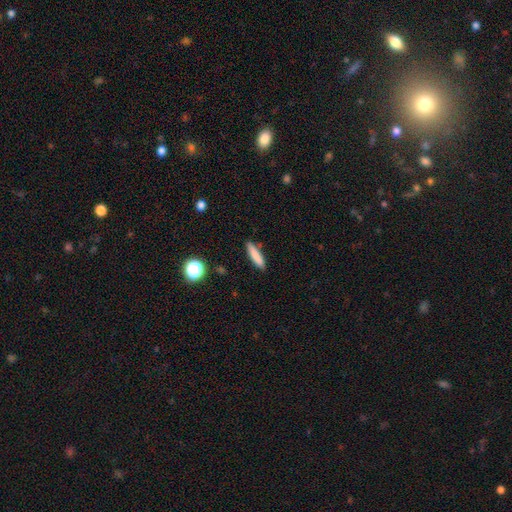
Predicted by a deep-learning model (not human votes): Morphology: type=smooth (82%); roundness=cigar-shaped (81%); merging=none (87%).